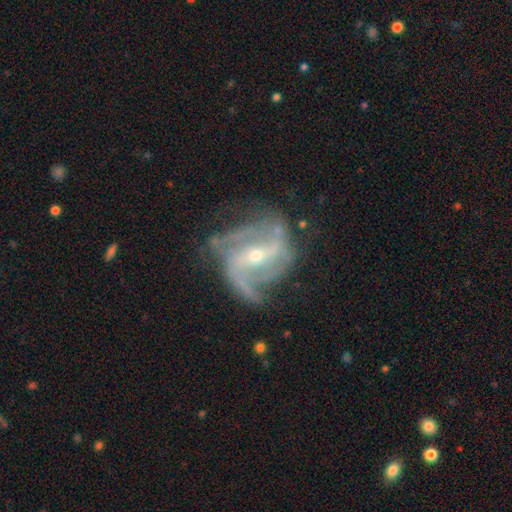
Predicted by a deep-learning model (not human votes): Smooth or featured? featured or disk (89%)
Edge-on disk? no (96%)
Bar? strong (48%)
Spiral arms? yes (95%)
Spiral winding? medium (46%)
Spiral arm count? 2 (59%)
Bulge size? small (62%)
Merging? none (57%)